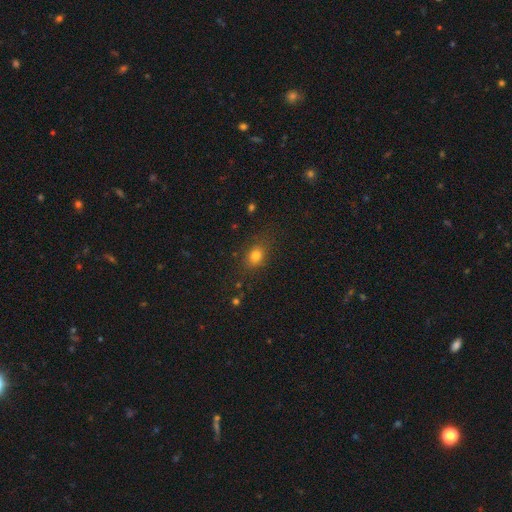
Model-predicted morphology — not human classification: Q: Smooth or featured?
A: smooth (79%); runner-up: star or artifact (13%)
Q: How rounded?
A: in between (60%); runner-up: round (38%)
Q: Merging?
A: none (75%); runner-up: minor disturbance (17%)